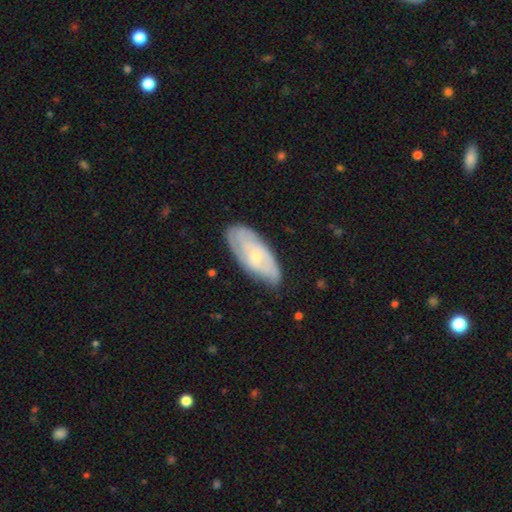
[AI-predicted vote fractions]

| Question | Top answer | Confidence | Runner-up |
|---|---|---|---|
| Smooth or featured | featured or disk | 66% | smooth (28%) |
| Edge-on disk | no | 89% | yes (11%) |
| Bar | no | 76% | weak (20%) |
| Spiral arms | yes | 83% | no (17%) |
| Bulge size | small | 66% | moderate (30%) |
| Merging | none | 73% | minor disturbance (21%) |